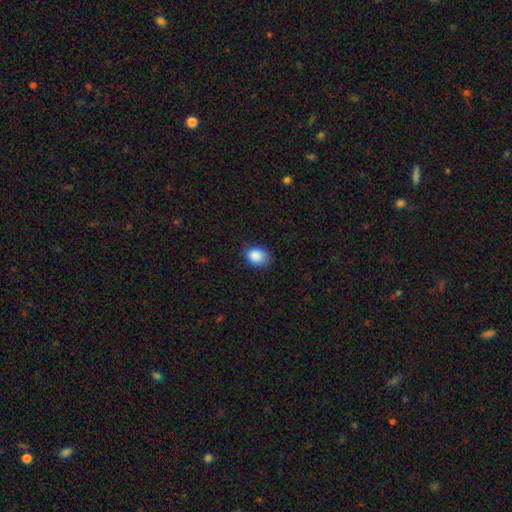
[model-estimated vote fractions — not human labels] Q: Smooth or featured?
A: smooth (88%); runner-up: star or artifact (8%)
Q: How rounded?
A: in between (67%); runner-up: round (32%)
Q: Merging?
A: none (75%); runner-up: minor disturbance (20%)